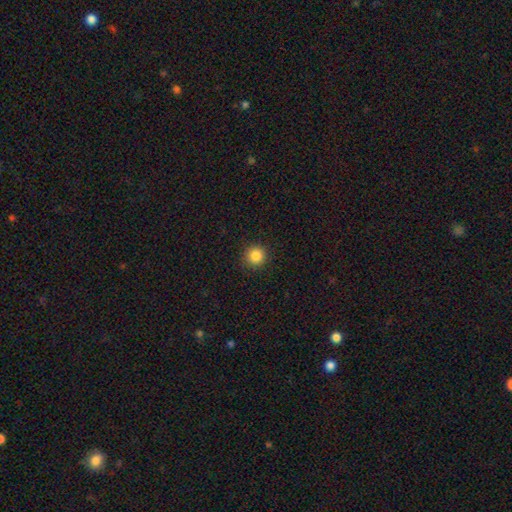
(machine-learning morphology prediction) This is clearly a smooth galaxy (85%). How rounded: clearly round (94%). Merging: clearly none (91%).